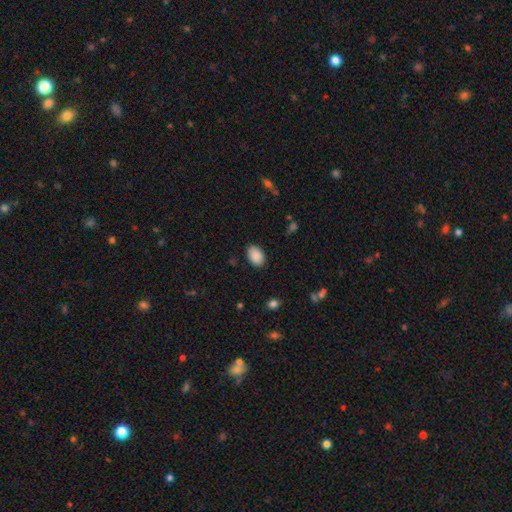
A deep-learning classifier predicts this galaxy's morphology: A smooth galaxy with no disk features (90%) that is in between round and cigar-shaped (86%).

Vote fractions:
- Smooth or featured? smooth: 90% / star or artifact: 7% / featured or disk: 3%
- How rounded? in between: 86% / round: 13% / cigar-shaped: 1%
- Merging? none: 87% / minor disturbance: 10% / major disturbance: 2% / merger: 1%